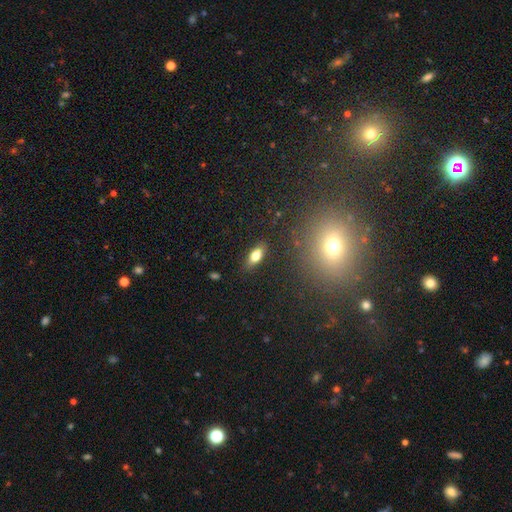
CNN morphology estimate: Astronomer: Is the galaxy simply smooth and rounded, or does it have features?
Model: smooth — 77%.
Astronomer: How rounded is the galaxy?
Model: in between — 83%.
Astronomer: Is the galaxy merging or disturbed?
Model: none — 86%.